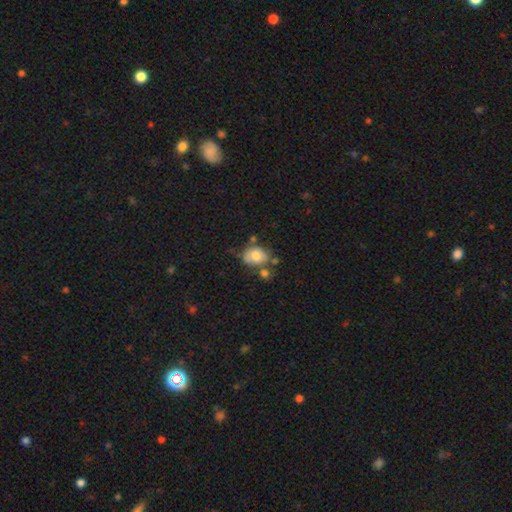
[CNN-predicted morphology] The model was most divided on "how rounded": in between: 57%, round: 42%, cigar-shaped: 1%. Remaining: smooth or featured — smooth (68%); merging — none (47%).